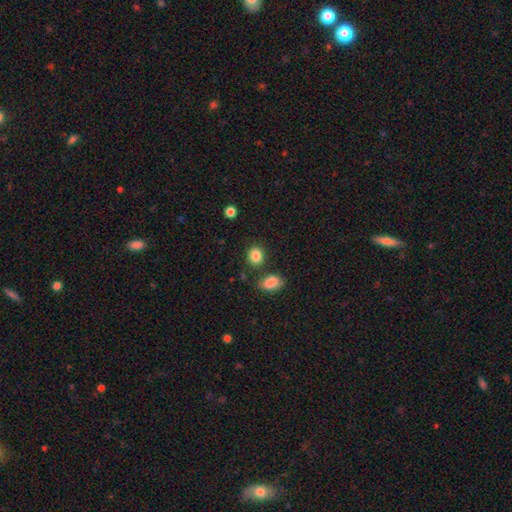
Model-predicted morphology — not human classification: Smooth or featured?
  - smooth: 86% *
  - star or artifact: 10%
  - featured or disk: 4%
How rounded?
  - round: 68% *
  - in between: 31%
  - cigar-shaped: 1%
Merging?
  - none: 79% *
  - minor disturbance: 11%
  - merger: 7%
  - major disturbance: 3%